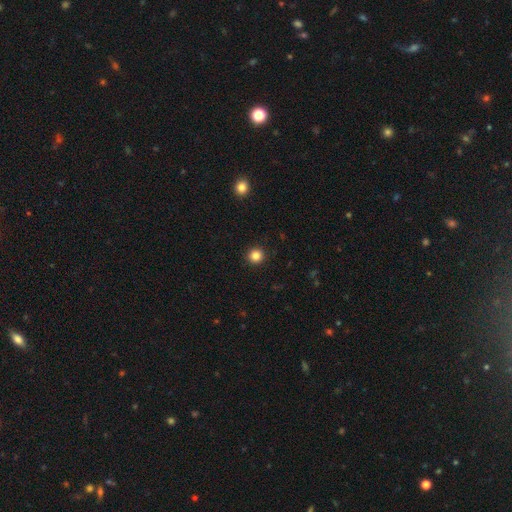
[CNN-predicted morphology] smooth 85%, star or artifact 11%, featured or disk 4%. Down the decision tree: how rounded — round (94%); merging — none (93%).